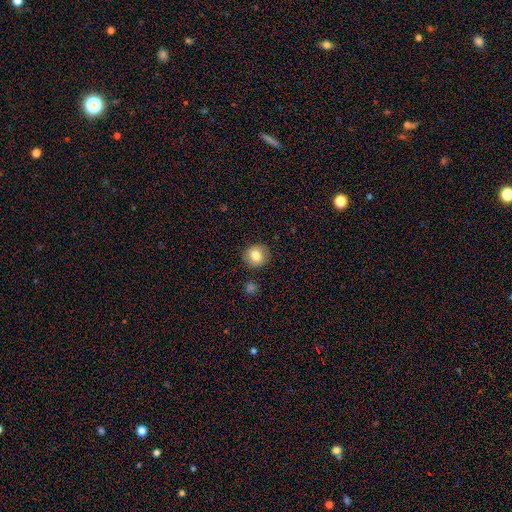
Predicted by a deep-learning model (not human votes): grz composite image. It shows a smooth galaxy with no disk features (82%) that is round (88%). Merging: none (88%).